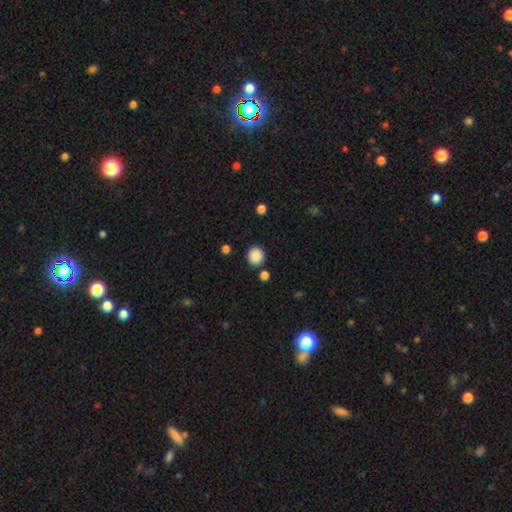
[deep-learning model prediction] smooth-or-featured: smooth: 88% | star or artifact: 9% | featured or disk: 3%
  how-rounded: round: 90% | in between: 9% | cigar-shaped: 1%
  merging: none: 86% | minor disturbance: 7% | merger: 5% | major disturbance: 2%